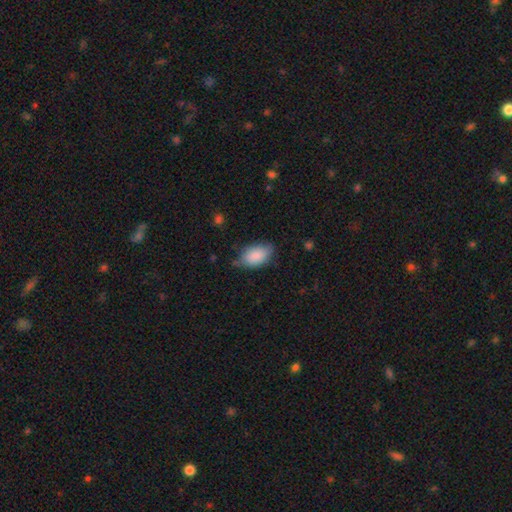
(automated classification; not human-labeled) smooth_or_featured: smooth (p=0.88) [alt: star or artifact p=0.06]
how_rounded: in between (p=0.93) [alt: round p=0.05]
merging: none (p=0.68) [alt: minor disturbance p=0.26]